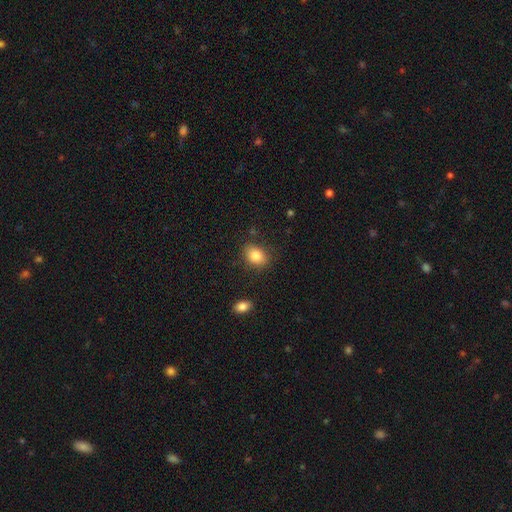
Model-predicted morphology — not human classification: Smooth or featured?
  - smooth: 84% *
  - star or artifact: 9%
  - featured or disk: 7%
How rounded?
  - in between: 68% *
  - round: 31%
  - cigar-shaped: 1%
Merging?
  - none: 80% *
  - minor disturbance: 14%
  - major disturbance: 4%
  - merger: 2%